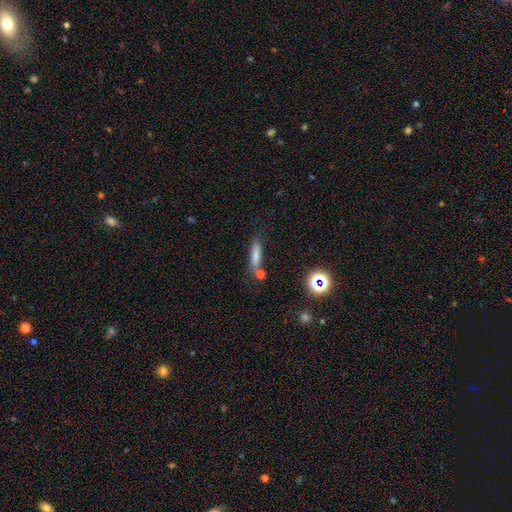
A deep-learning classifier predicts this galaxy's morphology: This appears to be a smooth galaxy with no disk features (73%) that is cigar-shaped (73%). Merging: none (63%).